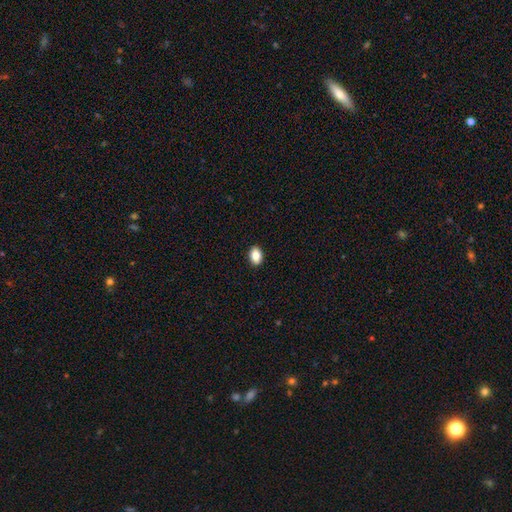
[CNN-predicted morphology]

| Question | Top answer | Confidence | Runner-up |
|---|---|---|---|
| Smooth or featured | smooth | 86% | star or artifact (8%) |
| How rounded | in between | 84% | round (14%) |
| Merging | none | 91% | minor disturbance (7%) |